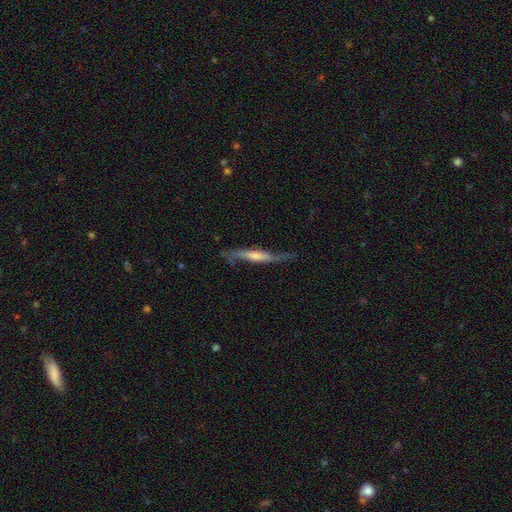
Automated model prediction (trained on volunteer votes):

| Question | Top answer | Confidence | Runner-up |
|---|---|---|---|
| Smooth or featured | featured or disk | 69% | smooth (25%) |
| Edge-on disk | yes | 71% | no (29%) |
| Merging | none | 61% | minor disturbance (25%) |